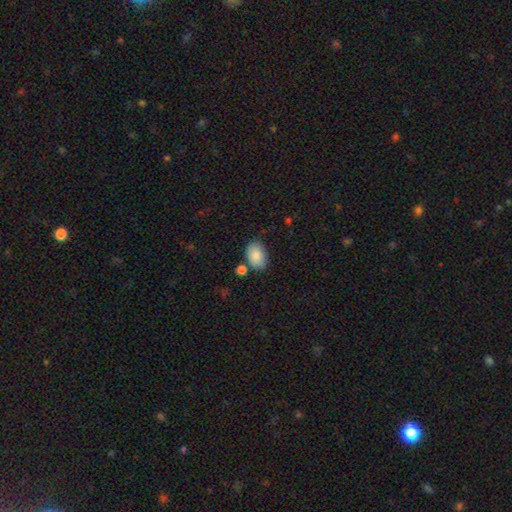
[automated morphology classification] smooth-or-featured: smooth: 86% | star or artifact: 7% | featured or disk: 7%
  how-rounded: in between: 86% | round: 13% | cigar-shaped: 1%
  merging: none: 75% | minor disturbance: 14% | merger: 8% | major disturbance: 3%